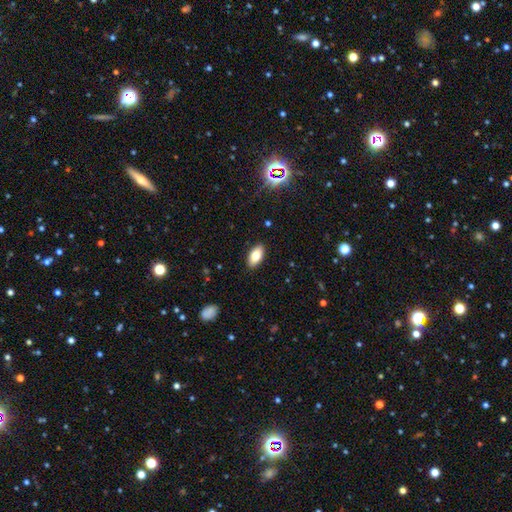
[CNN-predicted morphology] Smooth or featured: smooth — 79% (featured or disk — 14%)
How rounded: in between — 92% (cigar-shaped — 5%)
Merging: none — 89% (minor disturbance — 8%)